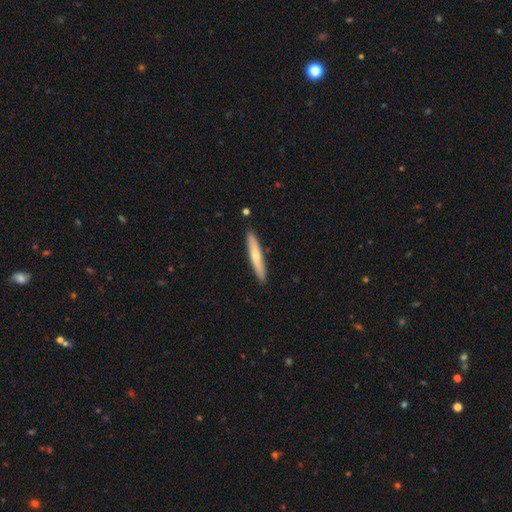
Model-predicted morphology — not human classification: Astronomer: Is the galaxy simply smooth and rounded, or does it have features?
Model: smooth — 60%.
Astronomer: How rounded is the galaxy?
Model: cigar-shaped — 92%.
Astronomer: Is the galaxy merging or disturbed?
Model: none — 89%.